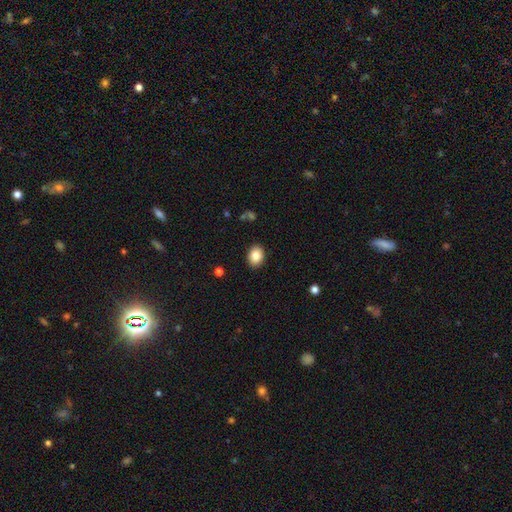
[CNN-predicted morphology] smooth 85%, star or artifact 8%, featured or disk 6%. Down the decision tree: how rounded — in between (63%); merging — none (90%).